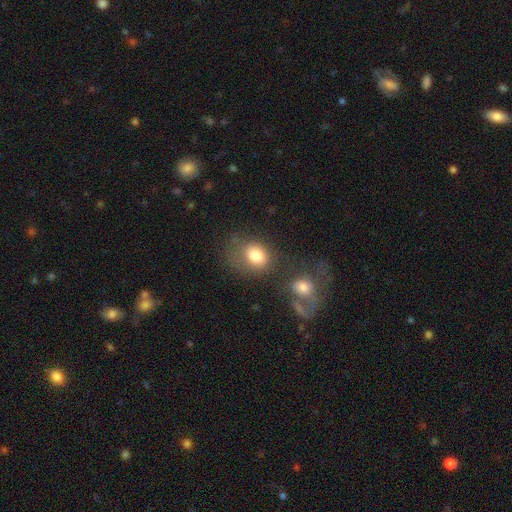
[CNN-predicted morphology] Smooth or featured: smooth — 81% (featured or disk — 11%)
How rounded: in between — 56% (round — 43%)
Merging: none — 48% (minor disturbance — 20%)